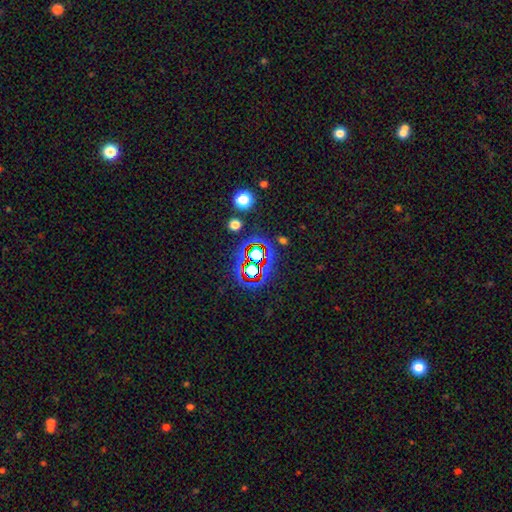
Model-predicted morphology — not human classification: Smooth or featured? star or artifact (66%)